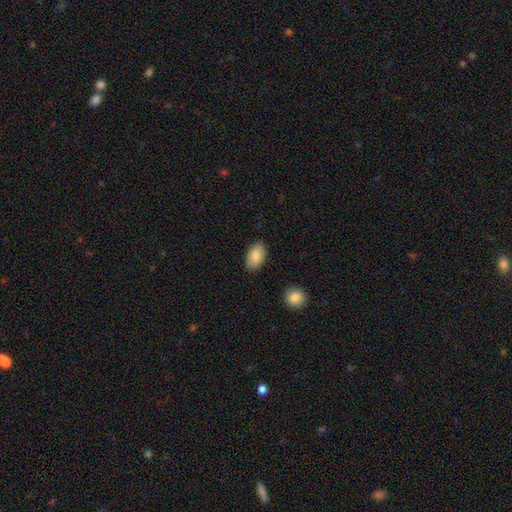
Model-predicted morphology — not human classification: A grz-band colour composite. It shows a smooth galaxy with no disk features (85%) that is in between round and cigar-shaped (94%). Merging: none (86%).